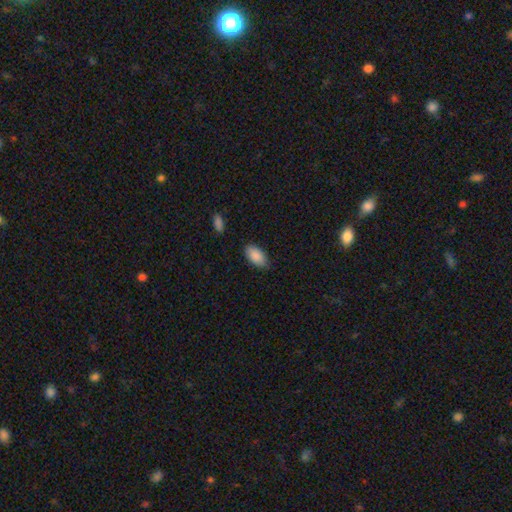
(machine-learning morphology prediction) Smooth or featured? Predicted: smooth (p=0.89). How rounded? Predicted: in between (p=0.94). Merging? Predicted: none (p=0.83).